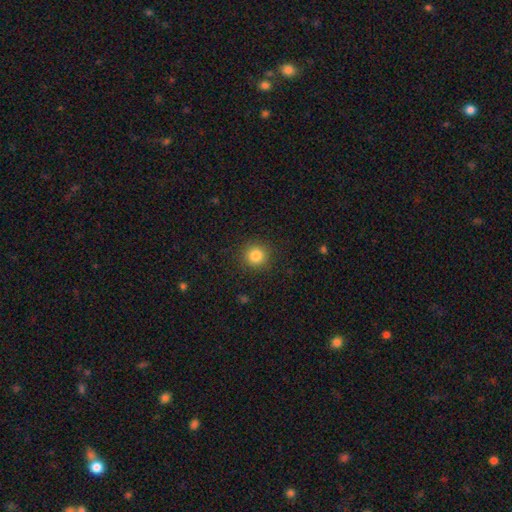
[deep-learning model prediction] Smooth or featured? smooth (84%)
How rounded? round (94%)
Merging? none (91%)